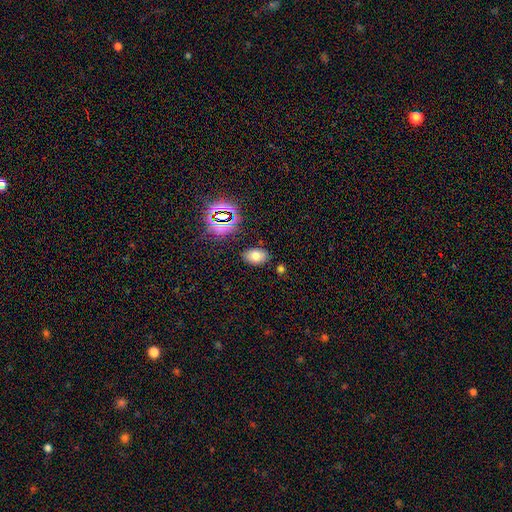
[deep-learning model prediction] This appears to be a smooth galaxy with no disk features (69%) that is in between round and cigar-shaped (87%). Merging: none (83%).